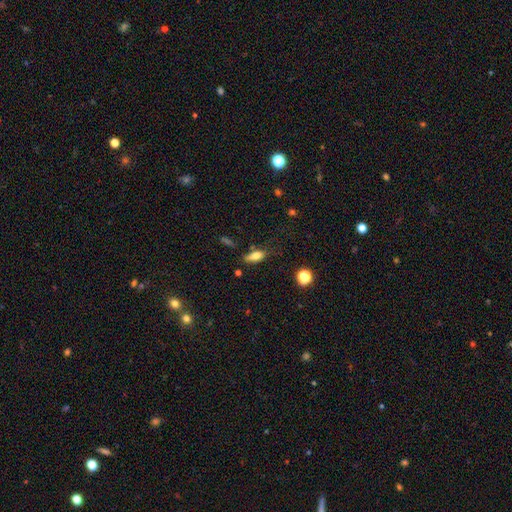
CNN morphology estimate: type=smooth (73%); roundness=in between (75%); merging=none (63%).